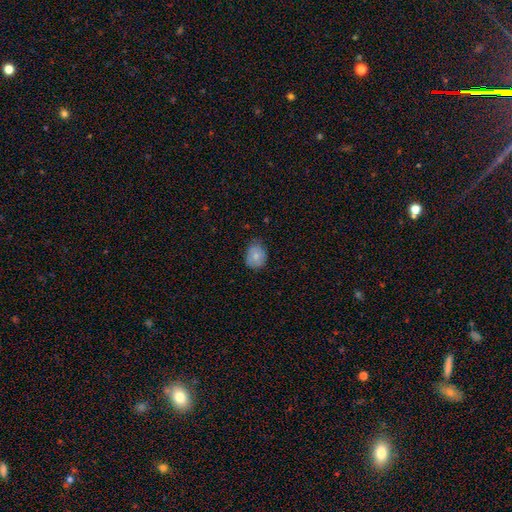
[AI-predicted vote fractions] Smooth or featured?
  - smooth: 78% *
  - featured or disk: 14%
  - star or artifact: 8%
How rounded?
  - round: 52% *
  - in between: 47%
  - cigar-shaped: 1%
Merging?
  - none: 67% *
  - minor disturbance: 27%
  - major disturbance: 5%
  - merger: 1%